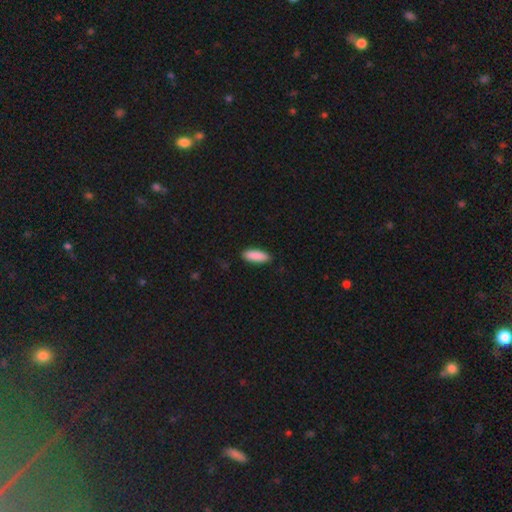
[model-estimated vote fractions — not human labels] Smooth or featured?
  - smooth: 90% *
  - star or artifact: 6%
  - featured or disk: 4%
How rounded?
  - in between: 70% *
  - cigar-shaped: 28%
  - round: 2%
Merging?
  - none: 88% *
  - minor disturbance: 9%
  - major disturbance: 2%
  - merger: 1%